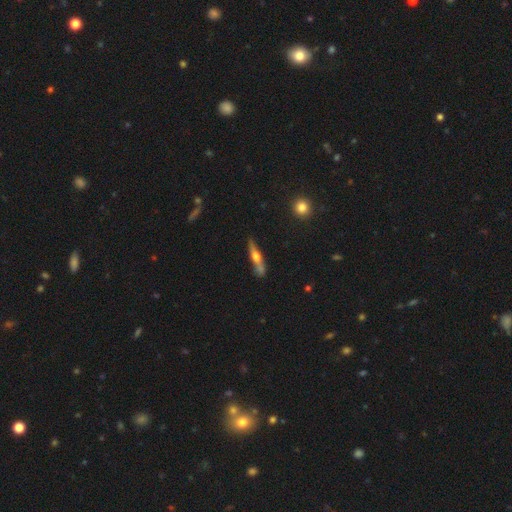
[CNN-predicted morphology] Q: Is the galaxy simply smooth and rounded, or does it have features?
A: featured or disk — 56%.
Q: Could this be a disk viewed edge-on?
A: yes — 91%.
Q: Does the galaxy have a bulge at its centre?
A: rounded — 89%.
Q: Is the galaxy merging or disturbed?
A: none — 72%.